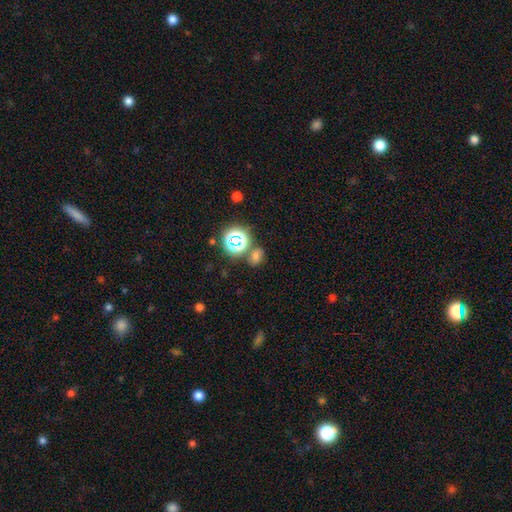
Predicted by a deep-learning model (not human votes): A smooth galaxy with no disk features (60%) that is round (50%).

Vote fractions:
- Smooth or featured? smooth: 60% / star or artifact: 31% / featured or disk: 9%
- How rounded? round: 50% / in between: 49% / cigar-shaped: 2%
- Merging? none: 67% / merger: 17% / minor disturbance: 12% / major disturbance: 5%